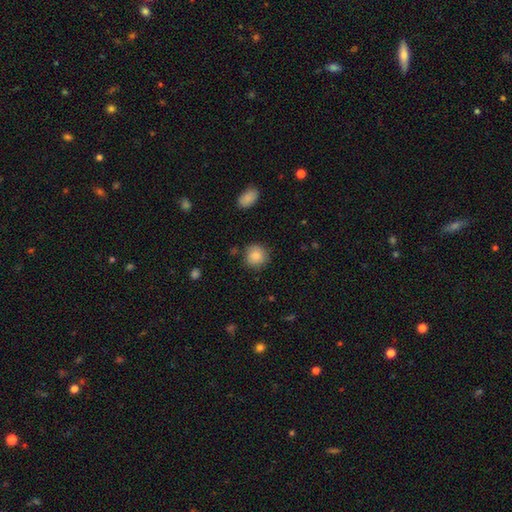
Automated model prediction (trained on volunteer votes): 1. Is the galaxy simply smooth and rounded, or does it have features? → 86% smooth, 8% star or artifact, 6% featured or disk.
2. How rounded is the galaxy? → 91% round, 8% in between, 1% cigar-shaped.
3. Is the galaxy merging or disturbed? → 84% none, 11% minor disturbance, 3% major disturbance, 2% merger.